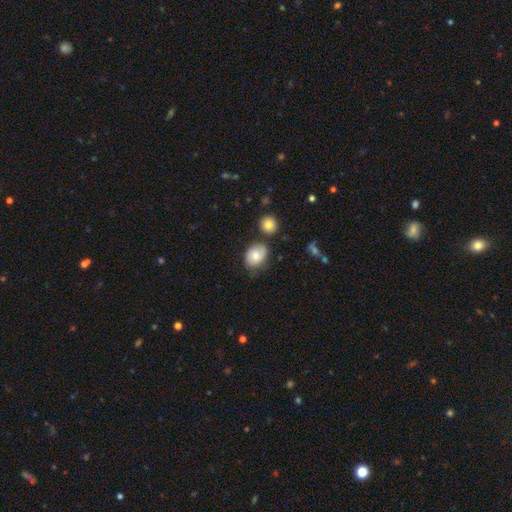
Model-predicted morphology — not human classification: Smooth or featured: smooth — 77% (featured or disk — 15%)
How rounded: in between — 61% (round — 38%)
Merging: none — 62% (minor disturbance — 23%)